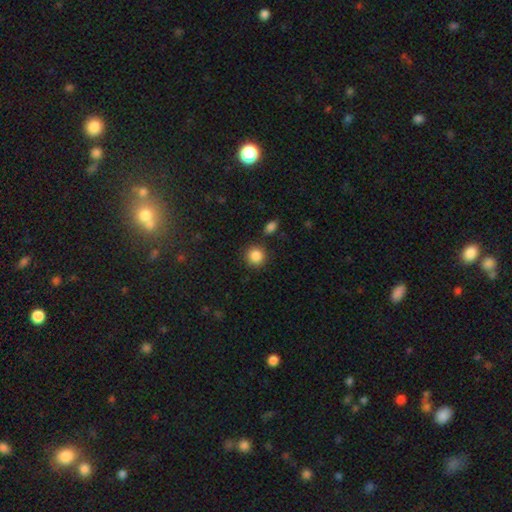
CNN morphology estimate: A smooth galaxy with no disk features (87%) that is round (91%).

Vote fractions:
- Smooth or featured? smooth: 87% / star or artifact: 9% / featured or disk: 4%
- How rounded? round: 91% / in between: 8% / cigar-shaped: 1%
- Merging? none: 86% / minor disturbance: 8% / merger: 4% / major disturbance: 3%